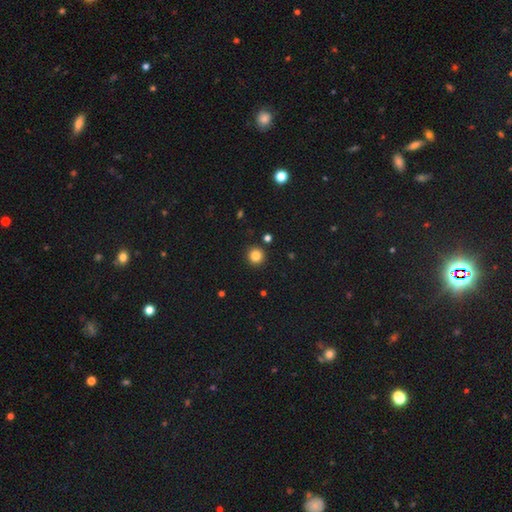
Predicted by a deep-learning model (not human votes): A smooth galaxy with no disk features (83%) that is round (95%).

Vote fractions:
- Smooth or featured? smooth: 83% / star or artifact: 12% / featured or disk: 5%
- How rounded? round: 95% / in between: 4% / cigar-shaped: 1%
- Merging? none: 91% / minor disturbance: 5% / merger: 2% / major disturbance: 2%